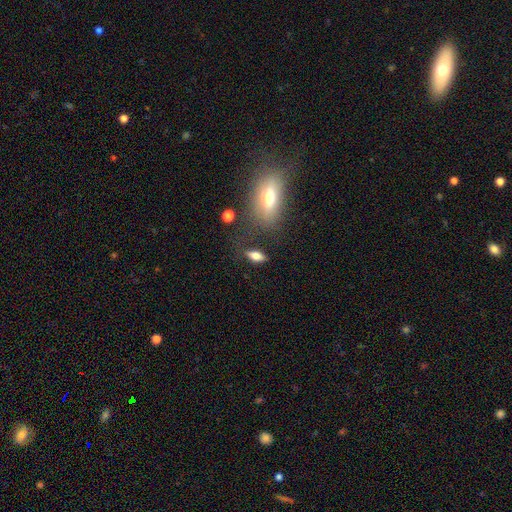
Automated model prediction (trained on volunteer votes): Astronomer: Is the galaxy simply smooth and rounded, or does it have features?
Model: smooth — 70%.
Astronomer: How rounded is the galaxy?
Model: in between — 71%.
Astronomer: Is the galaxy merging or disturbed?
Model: none — 73%.